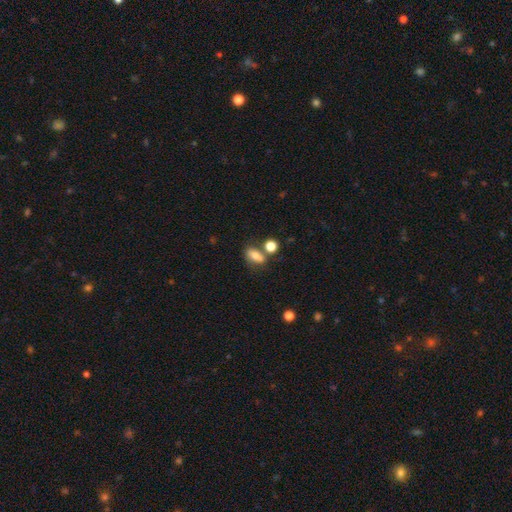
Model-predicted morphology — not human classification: Smooth or featured? Predicted: smooth (p=0.76). How rounded? Predicted: in between (p=0.77). Merging? Predicted: none (p=0.51).